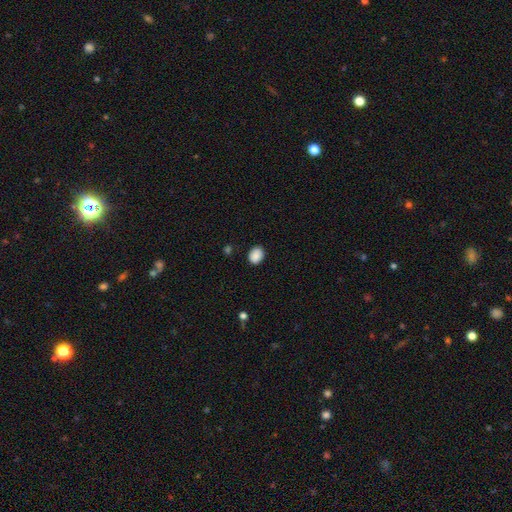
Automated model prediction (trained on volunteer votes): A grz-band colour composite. It shows a smooth galaxy with no disk features (89%) that is in between round and cigar-shaped (56%). Merging: none (87%).